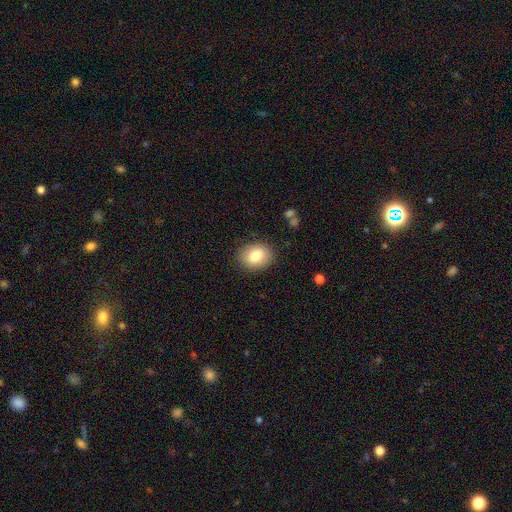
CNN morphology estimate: Smooth or featured? Predicted: smooth (p=0.81). How rounded? Predicted: in between (p=0.63). Merging? Predicted: none (p=0.86).